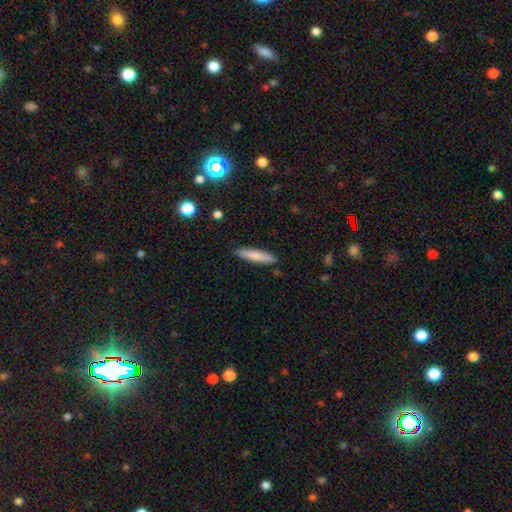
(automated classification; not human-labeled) The model was most divided on "smooth or featured": smooth: 78%, featured or disk: 16%, star or artifact: 6%. More confident: merging — none (90%); how rounded — cigar-shaped (88%).